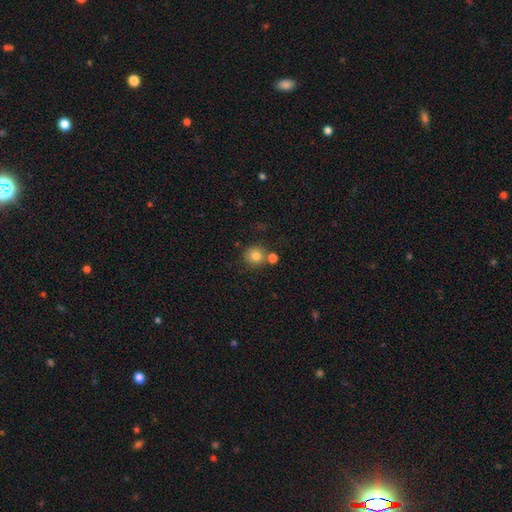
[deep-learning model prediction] A smooth galaxy with no disk features (81%) that is round (89%). Merging: none (68%).